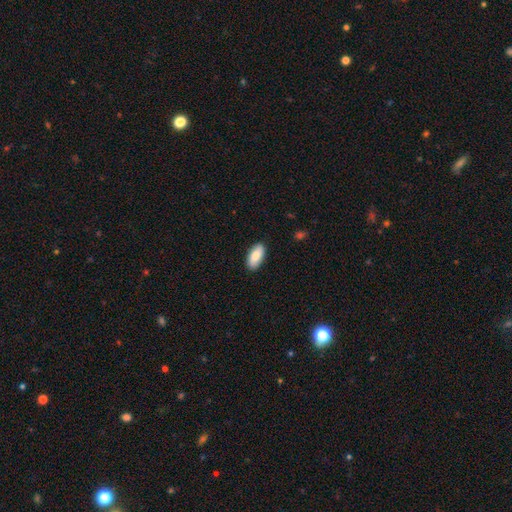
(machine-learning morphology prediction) Smooth or featured? smooth (82%)
How rounded? in between (91%)
Merging? none (88%)